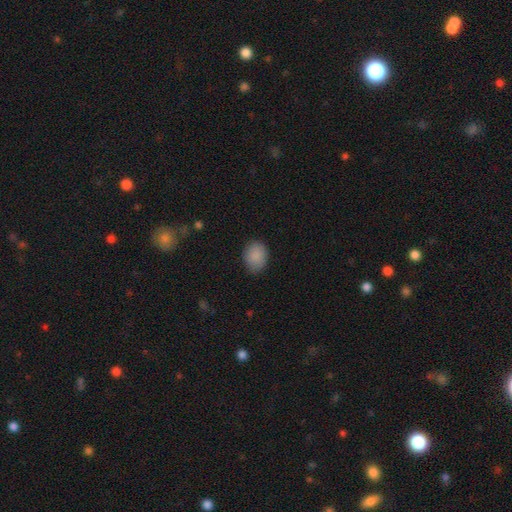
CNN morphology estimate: This appears to be a smooth galaxy with no disk features (88%) that is in between round and cigar-shaped (59%). Merging: none (81%).